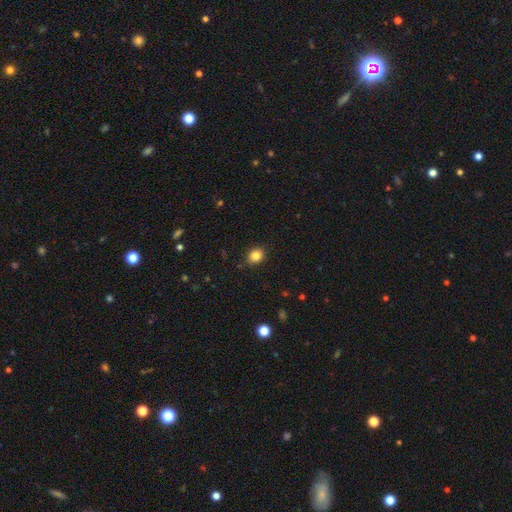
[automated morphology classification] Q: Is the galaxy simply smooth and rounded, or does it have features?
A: smooth — 85%.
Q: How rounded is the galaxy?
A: round — 56%.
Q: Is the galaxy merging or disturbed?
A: none — 86%.